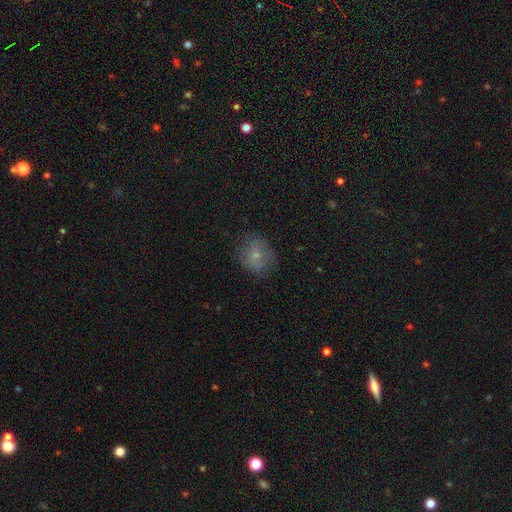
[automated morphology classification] Overall: smooth (70%). How rounded: round (64%; in between 35%). Merging: none (73%).